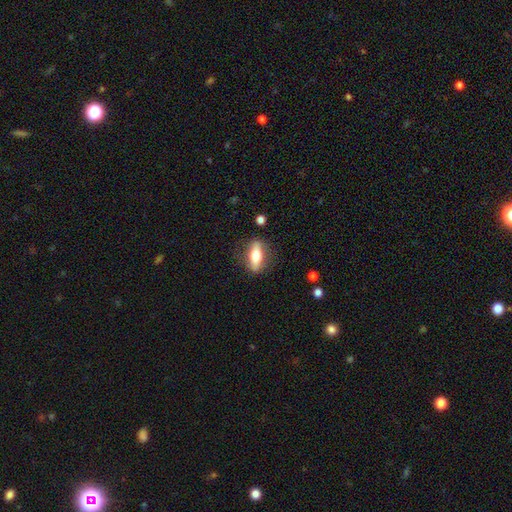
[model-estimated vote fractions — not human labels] The model was most divided on "smooth or featured": smooth: 57%, featured or disk: 36%, star or artifact: 6%. More confident: merging — none (83%); how rounded — in between (60%).